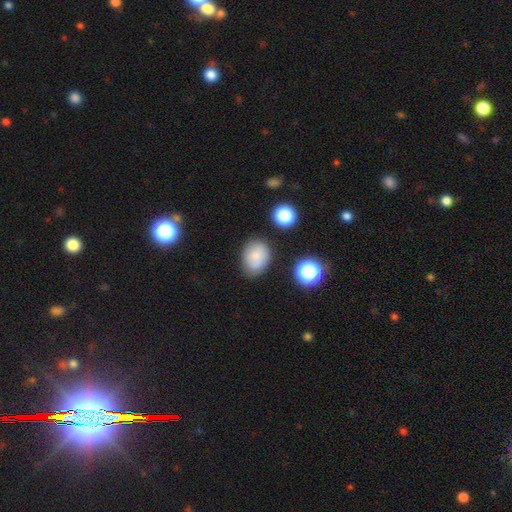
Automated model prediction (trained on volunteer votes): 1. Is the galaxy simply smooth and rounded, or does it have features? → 78% smooth, 12% featured or disk, 10% star or artifact.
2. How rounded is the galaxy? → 60% in between, 39% round, 1% cigar-shaped.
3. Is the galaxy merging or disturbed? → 73% none, 18% minor disturbance, 5% major disturbance, 4% merger.